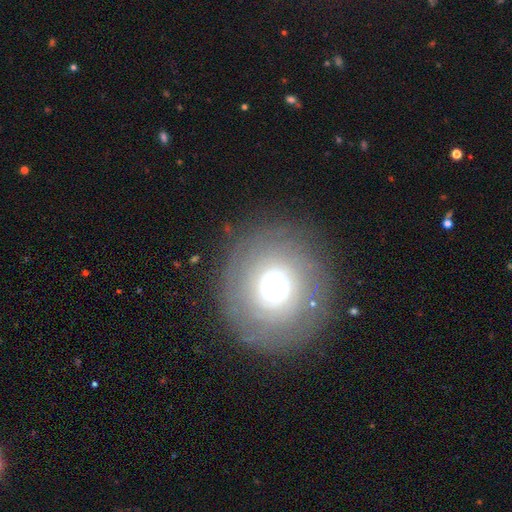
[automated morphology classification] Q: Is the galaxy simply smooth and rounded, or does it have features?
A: featured or disk — 50%.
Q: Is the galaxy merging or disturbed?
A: none — 83%.